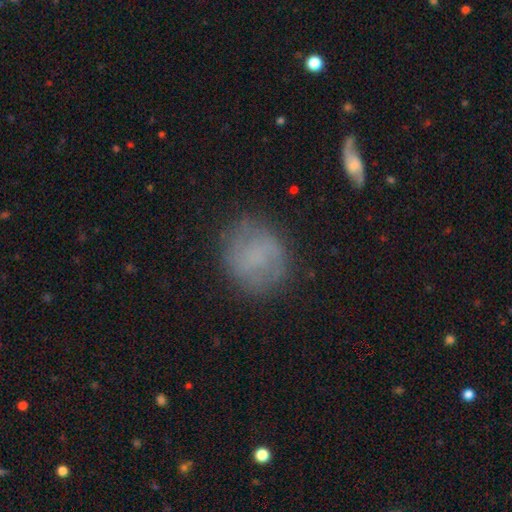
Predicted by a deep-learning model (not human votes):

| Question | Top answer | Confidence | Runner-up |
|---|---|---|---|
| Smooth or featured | smooth | 52% | featured or disk (37%) |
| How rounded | round | 79% | in between (20%) |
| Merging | none | 77% | minor disturbance (16%) |